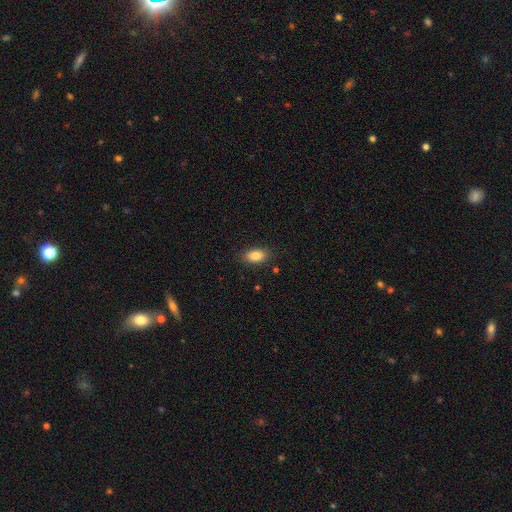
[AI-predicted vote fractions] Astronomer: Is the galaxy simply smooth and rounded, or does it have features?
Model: smooth — 85%.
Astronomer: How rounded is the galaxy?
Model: in between — 90%.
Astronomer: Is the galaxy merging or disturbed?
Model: none — 85%.